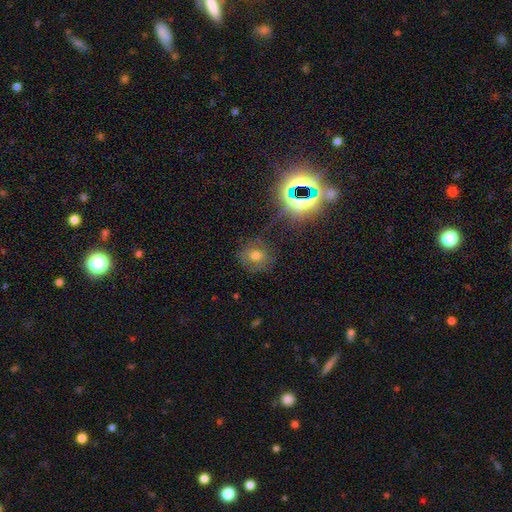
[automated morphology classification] type=smooth (55%); roundness=round (75%); merging=none (73%).